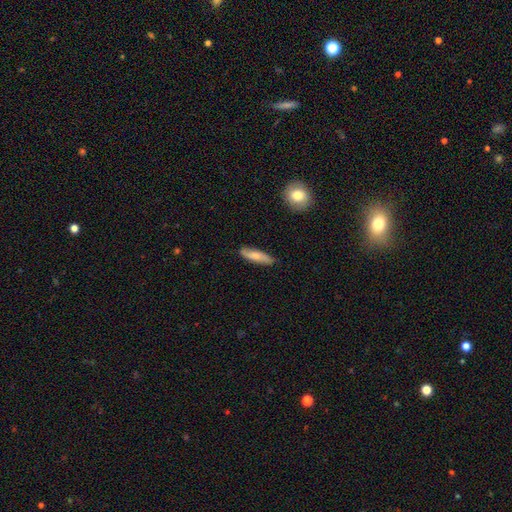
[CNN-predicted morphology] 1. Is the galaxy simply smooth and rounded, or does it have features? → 64% smooth, 30% featured or disk, 6% star or artifact.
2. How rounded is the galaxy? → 62% cigar-shaped, 35% in between, 3% round.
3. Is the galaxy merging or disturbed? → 82% none, 14% minor disturbance, 2% major disturbance, 1% merger.